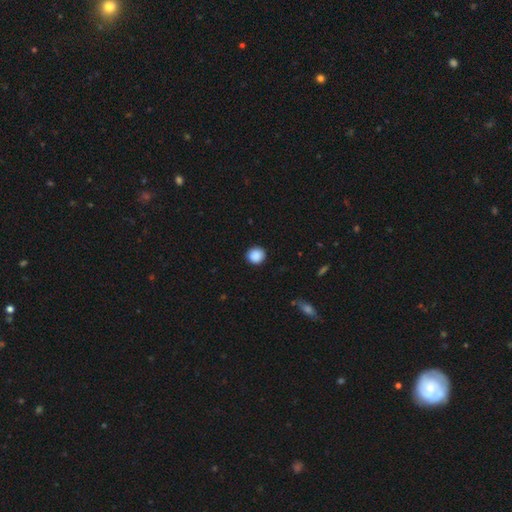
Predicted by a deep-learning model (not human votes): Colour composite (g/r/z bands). It shows a smooth galaxy with no disk features (89%) that is round (92%). Merging: none (91%).